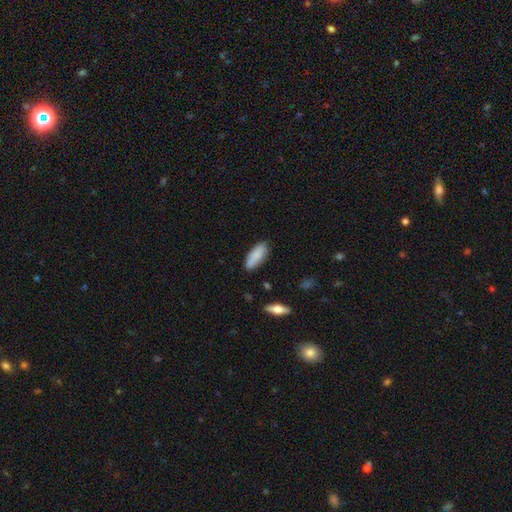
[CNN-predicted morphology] Smooth or featured?
  - smooth: 86% *
  - featured or disk: 8%
  - star or artifact: 6%
How rounded?
  - in between: 74% *
  - cigar-shaped: 24%
  - round: 2%
Merging?
  - none: 82% *
  - minor disturbance: 13%
  - major disturbance: 2%
  - merger: 2%